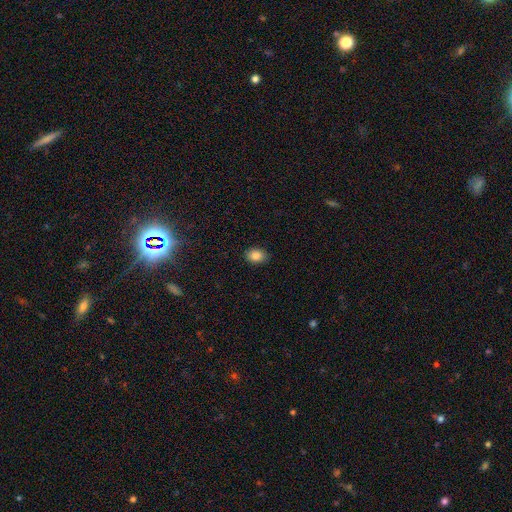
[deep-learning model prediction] smooth 86%, star or artifact 9%, featured or disk 5%. Down the decision tree: how rounded — in between (74%); merging — none (87%).